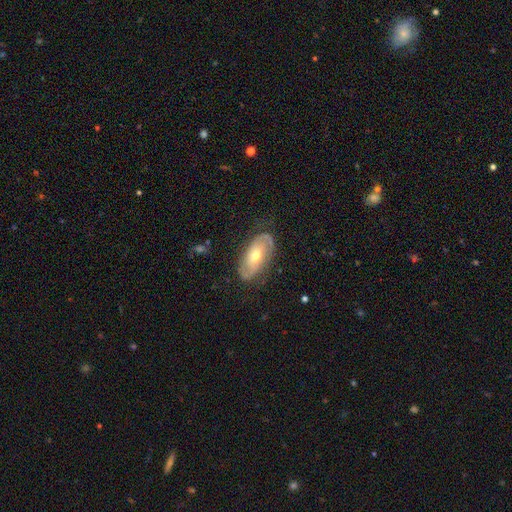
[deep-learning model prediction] Overall: featured or disk (72%). Edge-on disk: no (91%). Bar: no (65%; weak 26%). Spiral arms: yes (84%). Spiral arm count: 2 (74%). Spiral winding: tight (47%; medium 36%). Bulge size: moderate (66%; small 29%). Merging: none (75%).